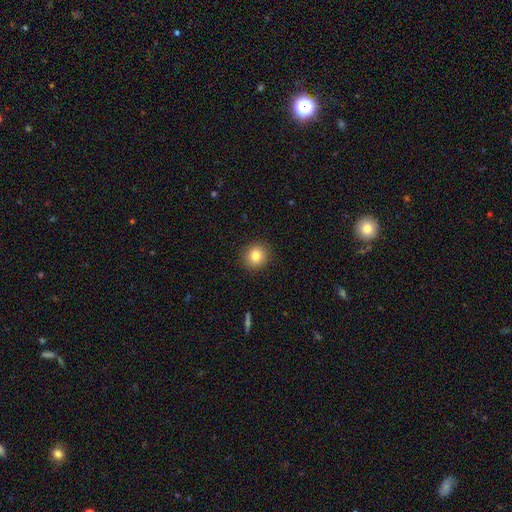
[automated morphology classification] smooth 81%, star or artifact 10%, featured or disk 8%. Down the decision tree: how rounded — round (87%); merging — none (91%).